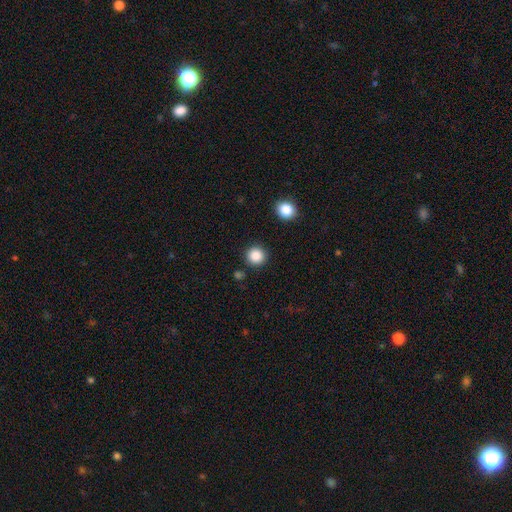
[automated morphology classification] Overall: smooth (87%). How rounded: round (94%). Merging: none (89%).